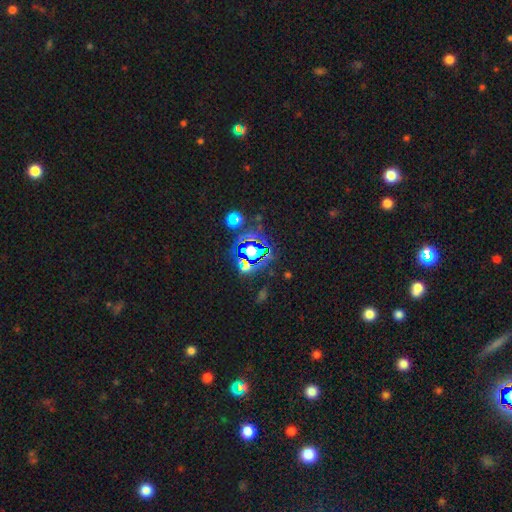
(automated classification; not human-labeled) A star or artifact, not a galaxy (70%).